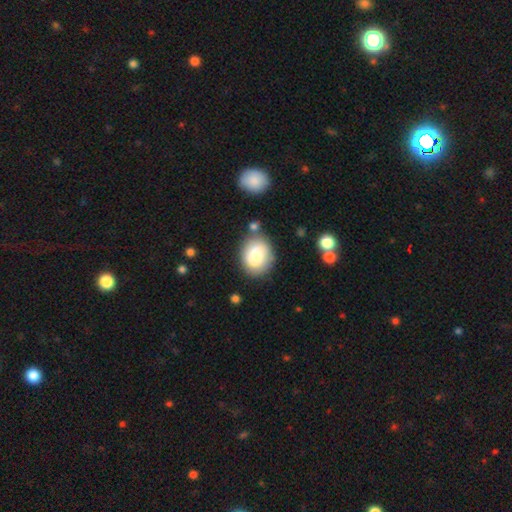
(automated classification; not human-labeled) Overall: smooth (71%). How rounded: in between (57%; round 41%). Merging: none (66%).